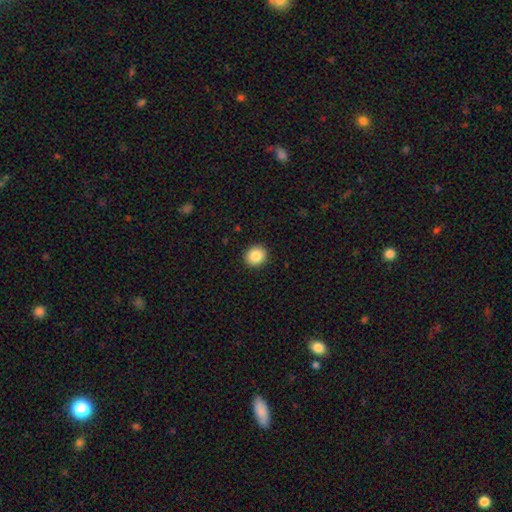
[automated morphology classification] smooth-or-featured: smooth: 87% | star or artifact: 9% | featured or disk: 5%
  how-rounded: round: 81% | in between: 18% | cigar-shaped: 1%
  merging: none: 92% | minor disturbance: 5% | major disturbance: 2% | merger: 1%